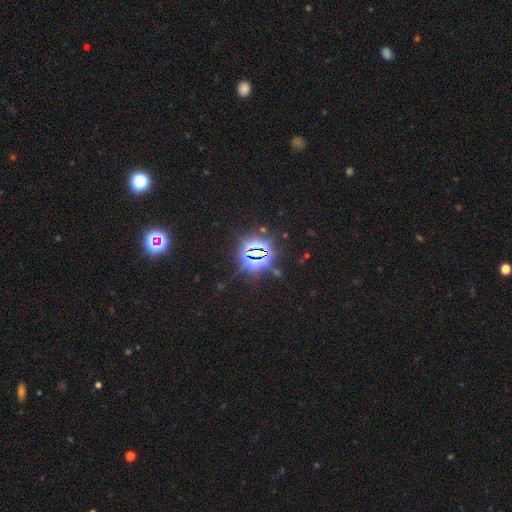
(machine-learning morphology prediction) Q: Smooth or featured?
A: star or artifact (82%); runner-up: smooth (10%)